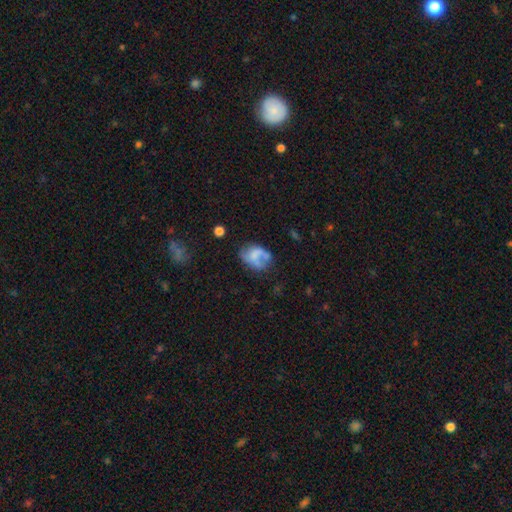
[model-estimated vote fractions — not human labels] A smooth galaxy with no disk features (49%).

Vote fractions:
- Smooth or featured? smooth: 49% / featured or disk: 41% / star or artifact: 11%
- Merging? none: 35% / major disturbance: 27% / minor disturbance: 25% / merger: 12%